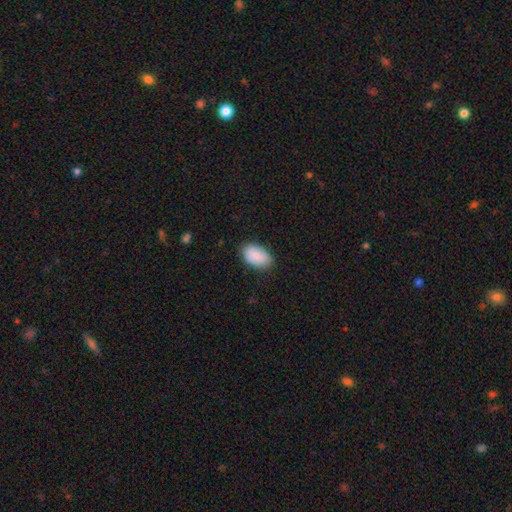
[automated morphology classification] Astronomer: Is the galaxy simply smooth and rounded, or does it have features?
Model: smooth — 83%.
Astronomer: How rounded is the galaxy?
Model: in between — 93%.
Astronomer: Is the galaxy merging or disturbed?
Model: none — 81%.